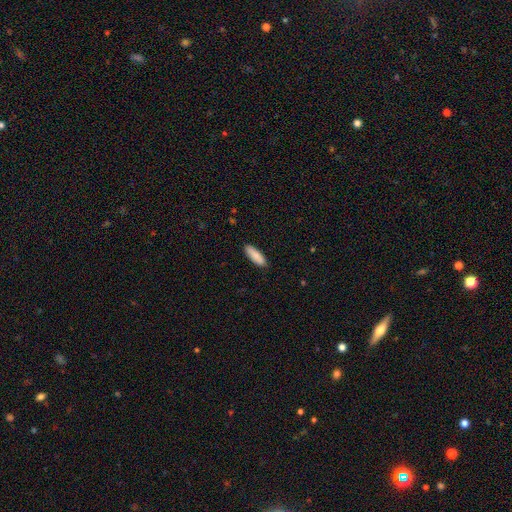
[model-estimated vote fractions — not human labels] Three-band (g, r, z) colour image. It shows a smooth galaxy with no disk features (88%) that is in between round and cigar-shaped (55%). Merging: none (88%).